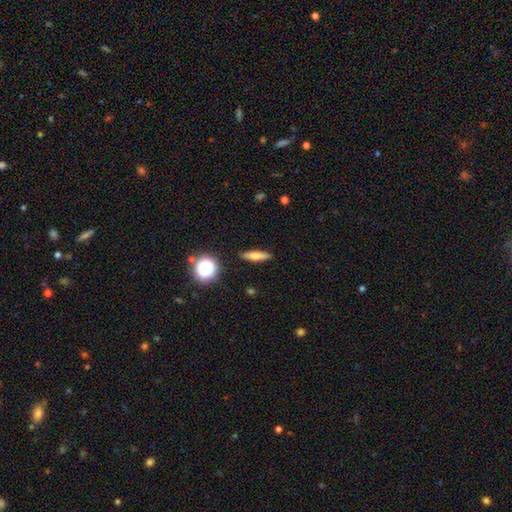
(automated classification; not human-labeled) Smooth or featured? Predicted: smooth (p=0.70). How rounded? Predicted: cigar-shaped (p=0.69). Merging? Predicted: none (p=0.89).